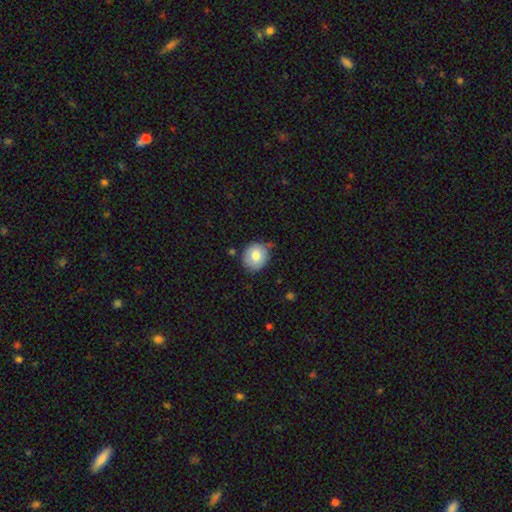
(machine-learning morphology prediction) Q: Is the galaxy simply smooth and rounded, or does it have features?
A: smooth — 78%.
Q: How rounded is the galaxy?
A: round — 74%.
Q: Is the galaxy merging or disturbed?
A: none — 66%.